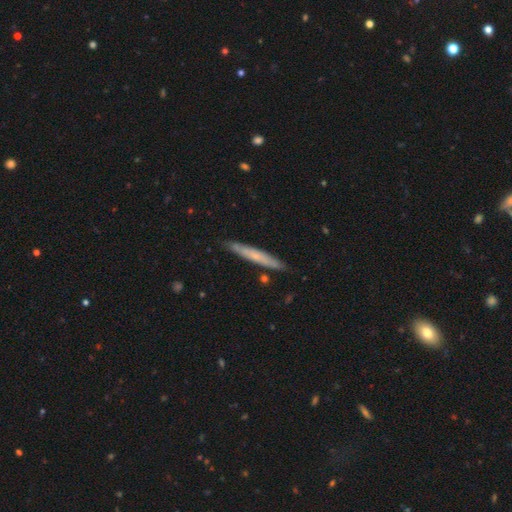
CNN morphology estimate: A smooth galaxy with no disk features (54%) that is cigar-shaped (95%).

Vote fractions:
- Smooth or featured? smooth: 54% / featured or disk: 40% / star or artifact: 6%
- How rounded? cigar-shaped: 95% / in between: 3% / round: 1%
- Merging? none: 87% / minor disturbance: 10% / merger: 2% / major disturbance: 2%